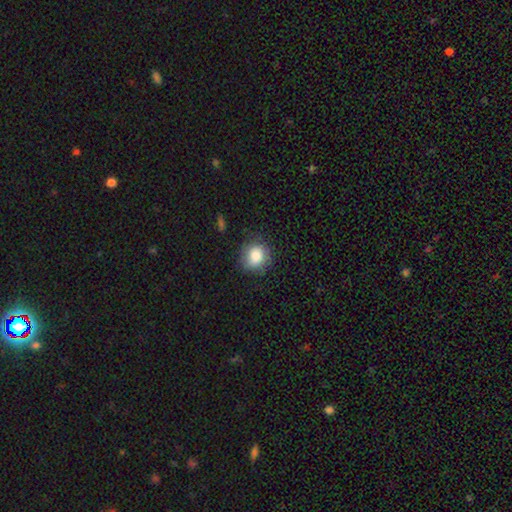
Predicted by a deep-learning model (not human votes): Q: Smooth or featured?
A: smooth (82%); runner-up: featured or disk (10%)
Q: How rounded?
A: round (78%); runner-up: in between (21%)
Q: Merging?
A: none (74%); runner-up: minor disturbance (19%)